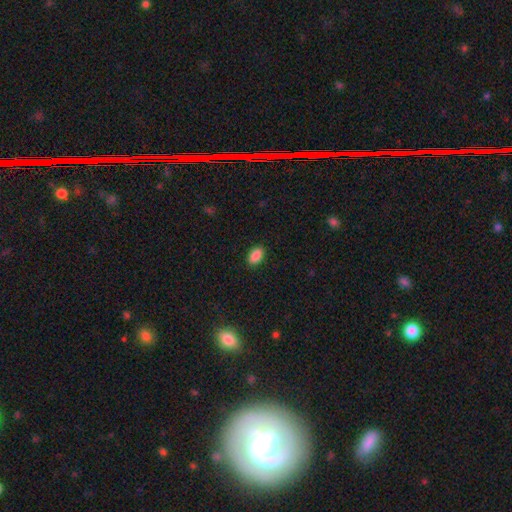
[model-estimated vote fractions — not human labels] Smooth or featured?
  - smooth: 88% *
  - star or artifact: 8%
  - featured or disk: 4%
How rounded?
  - in between: 92% *
  - round: 6%
  - cigar-shaped: 2%
Merging?
  - none: 89% *
  - minor disturbance: 8%
  - major disturbance: 2%
  - merger: 1%